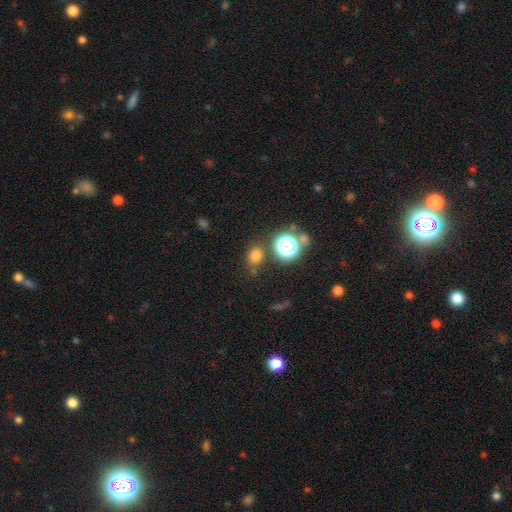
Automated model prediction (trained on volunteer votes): The model was most divided on "how rounded": round: 65%, in between: 34%, cigar-shaped: 1%. More confident: merging — none (76%); smooth or featured — smooth (72%).